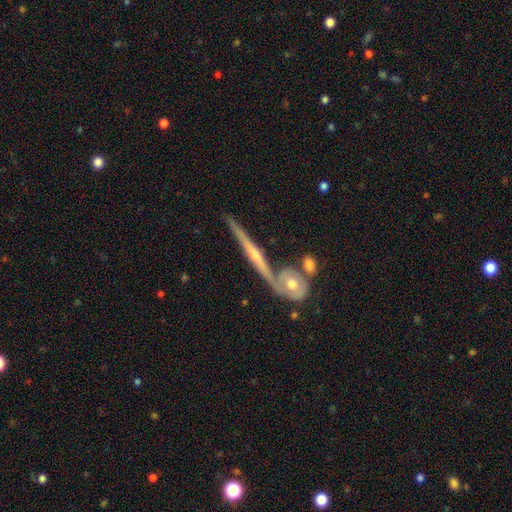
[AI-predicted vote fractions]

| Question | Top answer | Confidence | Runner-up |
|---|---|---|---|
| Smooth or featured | featured or disk | 79% | smooth (15%) |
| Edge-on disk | yes | 93% | no (7%) |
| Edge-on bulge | rounded | 67% | none (24%) |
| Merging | none | 62% | merger (20%) |